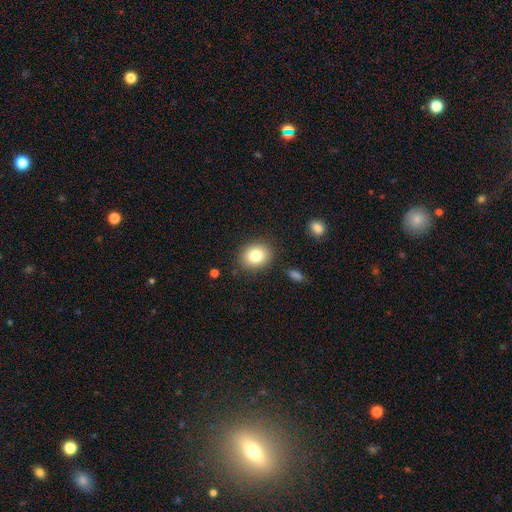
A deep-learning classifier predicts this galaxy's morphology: Smooth or featured?
  - smooth: 81% *
  - star or artifact: 10%
  - featured or disk: 9%
How rounded?
  - round: 57% *
  - in between: 42%
  - cigar-shaped: 1%
Merging?
  - none: 87% *
  - minor disturbance: 9%
  - major disturbance: 3%
  - merger: 2%